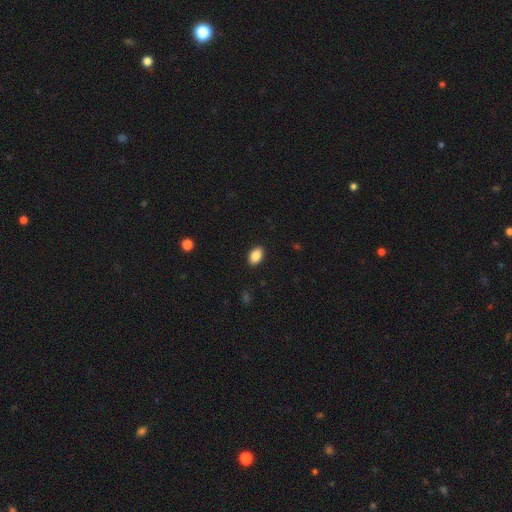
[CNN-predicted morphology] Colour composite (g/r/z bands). It shows a smooth galaxy with no disk features (88%) that is in between round and cigar-shaped (88%). Merging: none (90%).